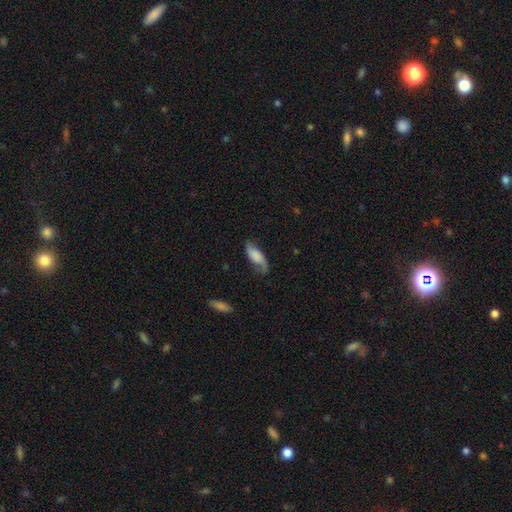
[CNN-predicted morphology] smooth_or_featured: smooth (p=0.46) [tied with: featured or disk p=0.46]
merging: none (p=0.61) [alt: minor disturbance p=0.26]